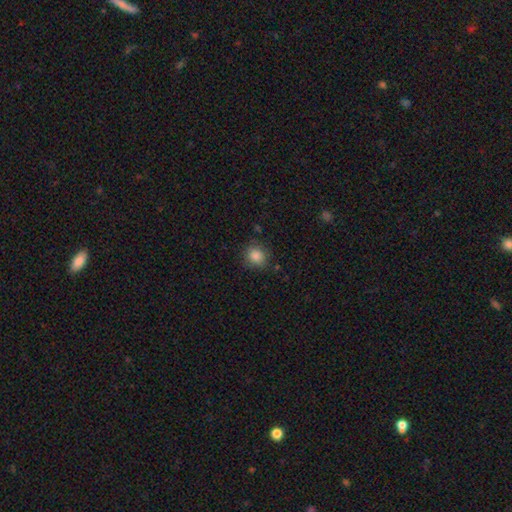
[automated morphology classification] A smooth galaxy with no disk features (85%) that is round (80%).

Vote fractions:
- Smooth or featured? smooth: 85% / star or artifact: 10% / featured or disk: 5%
- How rounded? round: 80% / in between: 19% / cigar-shaped: 1%
- Merging? none: 83% / minor disturbance: 12% / major disturbance: 3% / merger: 2%